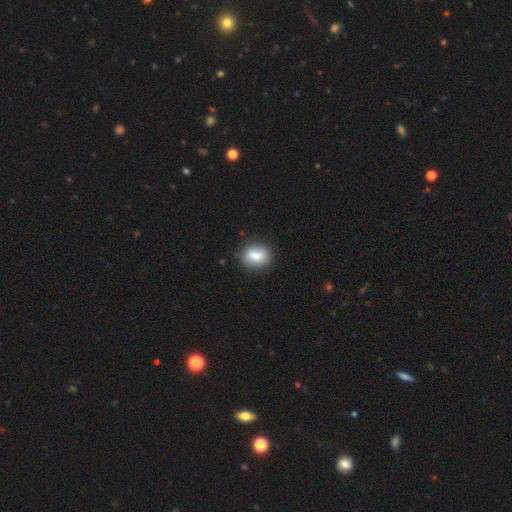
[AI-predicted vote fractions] Smooth or featured?
  - smooth: 79% *
  - featured or disk: 12%
  - star or artifact: 9%
How rounded?
  - in between: 50% *
  - round: 49%
  - cigar-shaped: 2%
Merging?
  - none: 81% *
  - minor disturbance: 13%
  - major disturbance: 3%
  - merger: 3%